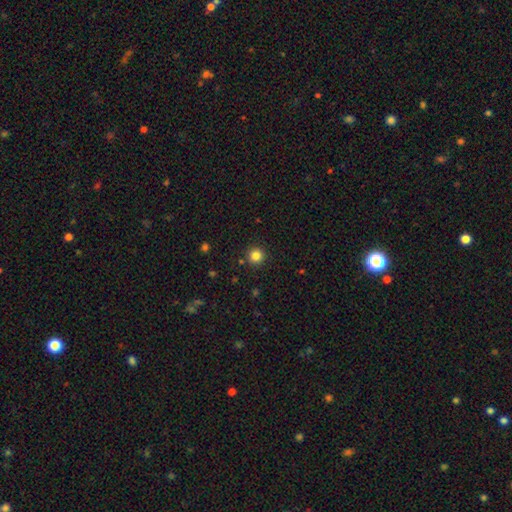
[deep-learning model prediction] Smooth or featured? smooth (84%)
How rounded? round (95%)
Merging? none (91%)